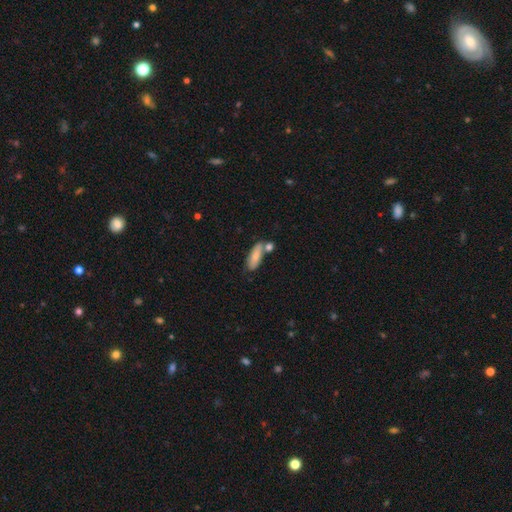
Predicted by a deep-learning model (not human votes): smooth 79%, featured or disk 15%, star or artifact 7%. Down the decision tree: how rounded — in between (59%); merging — none (55%).